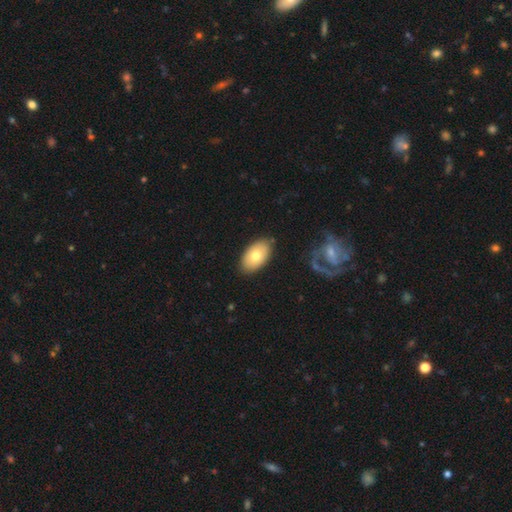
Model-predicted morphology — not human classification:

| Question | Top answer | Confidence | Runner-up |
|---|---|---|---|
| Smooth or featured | smooth | 73% | featured or disk (21%) |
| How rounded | in between | 93% | round (5%) |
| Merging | none | 84% | minor disturbance (12%) |